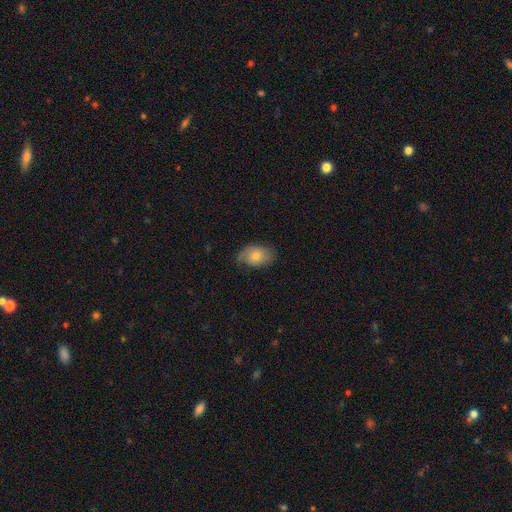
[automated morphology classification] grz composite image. It shows a smooth galaxy with no disk features (59%) that is in between round and cigar-shaped (84%). Merging: none (65%).